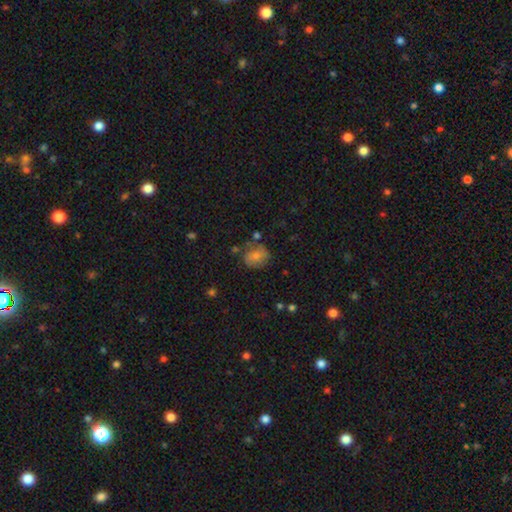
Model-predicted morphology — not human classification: Smooth or featured: smooth — 64% (featured or disk — 23%)
How rounded: round — 62% (in between — 37%)
Merging: none — 66% (minor disturbance — 21%)